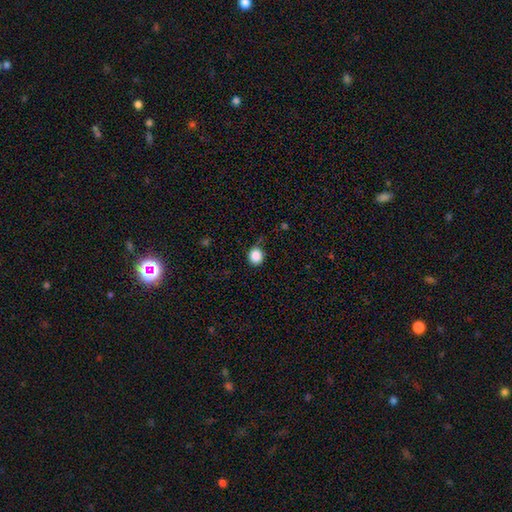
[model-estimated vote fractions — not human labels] smooth_or_featured: smooth (p=0.87) [alt: star or artifact p=0.10]
how_rounded: round (p=0.84) [alt: in between p=0.15]
merging: none (p=0.77) [alt: minor disturbance p=0.18]